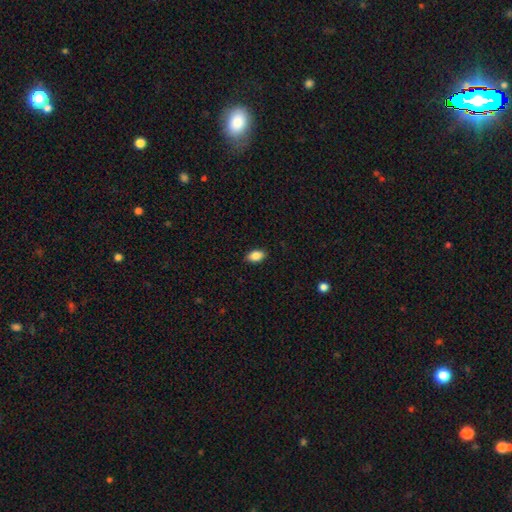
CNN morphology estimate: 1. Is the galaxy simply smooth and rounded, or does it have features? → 87% smooth, 8% star or artifact, 5% featured or disk.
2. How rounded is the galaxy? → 90% in between, 8% round, 2% cigar-shaped.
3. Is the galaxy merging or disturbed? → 89% none, 8% minor disturbance, 2% major disturbance, 1% merger.